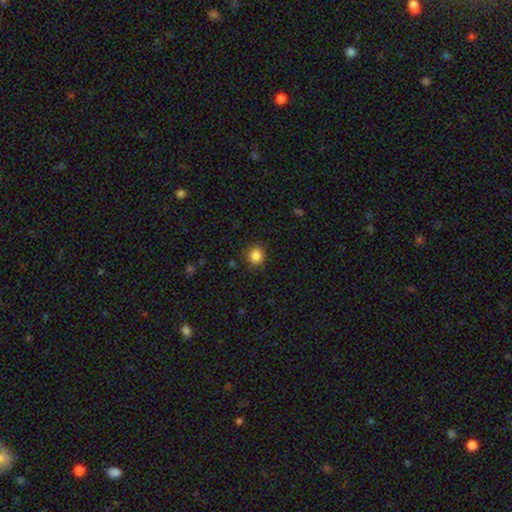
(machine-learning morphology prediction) smooth 86%, star or artifact 10%, featured or disk 3%. Down the decision tree: how rounded — round (84%); merging — none (88%).